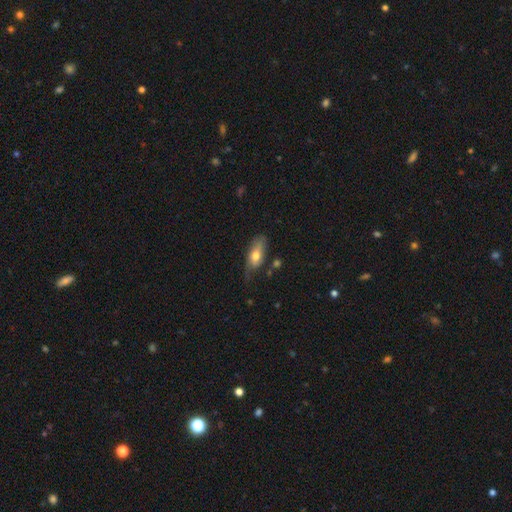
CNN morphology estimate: Smooth or featured? Predicted: smooth (p=0.63). How rounded? Predicted: in between (p=0.81). Merging? Predicted: none (p=0.49).